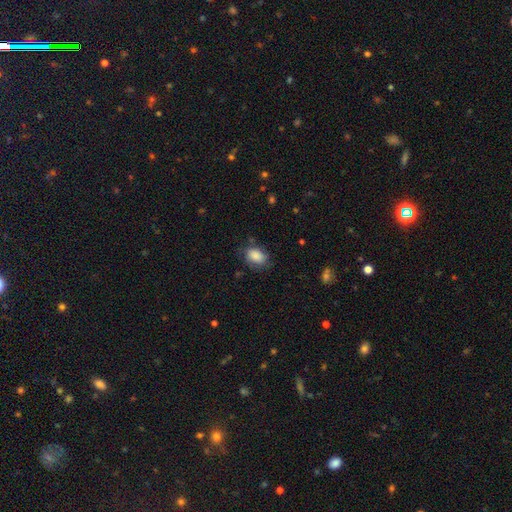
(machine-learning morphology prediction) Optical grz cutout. It shows a smooth galaxy with no disk features (82%) that is in between round and cigar-shaped (80%). Merging: none (66%).